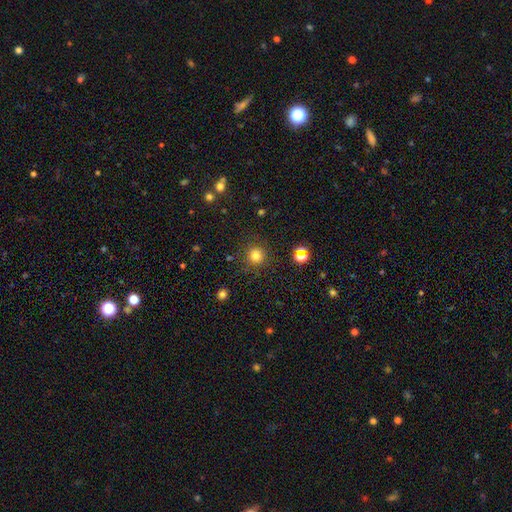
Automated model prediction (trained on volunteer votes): A smooth galaxy with no disk features (77%) that is round (94%). Merging: none (87%).